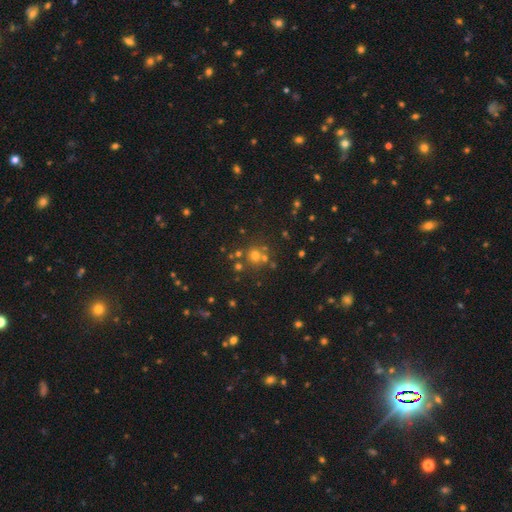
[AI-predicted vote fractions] This appears to be a smooth galaxy with no disk features (53%) that is round (90%). Merging: none (68%).